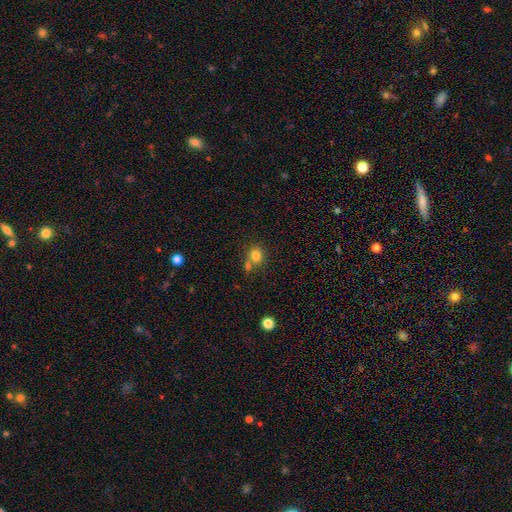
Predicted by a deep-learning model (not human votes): Smooth or featured?
  - smooth: 80% *
  - star or artifact: 12%
  - featured or disk: 8%
How rounded?
  - round: 77% *
  - in between: 22%
  - cigar-shaped: 1%
Merging?
  - none: 54% *
  - merger: 30%
  - minor disturbance: 12%
  - major disturbance: 4%